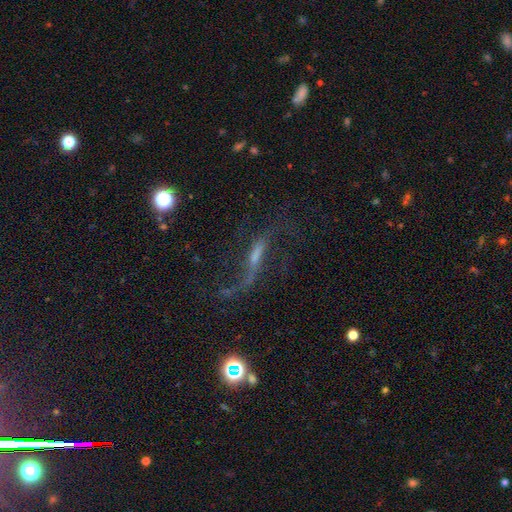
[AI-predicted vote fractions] A featured or disk galaxy (74%) with a strong bar (38%), spiral arms (87%) and a small central bulge (45%).

Vote fractions:
- Smooth or featured? featured or disk: 74% / star or artifact: 14% / smooth: 13%
- Edge-on disk? no: 71% / yes: 29%
- Bar? strong: 38% / weak: 35% / no: 27%
- Spiral arms? yes: 87% / no: 13%
- Bulge size? small: 45% / moderate: 25% / none: 24% / large: 4% / dominant: 2%
- Merging? none: 52% / major disturbance: 26% / minor disturbance: 17% / merger: 5%